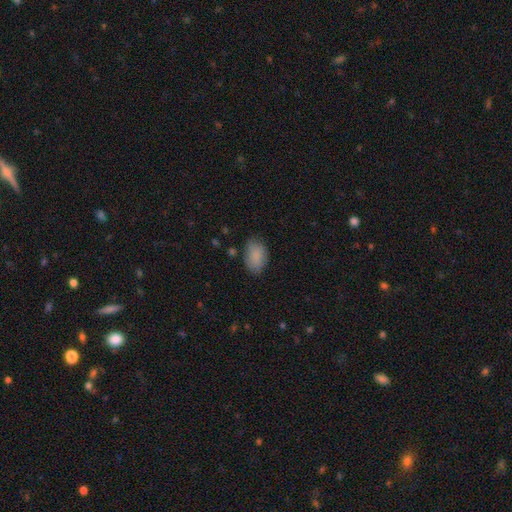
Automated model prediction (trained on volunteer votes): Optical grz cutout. It shows a smooth galaxy with no disk features (87%) that is in between round and cigar-shaped (90%). Merging: none (78%).